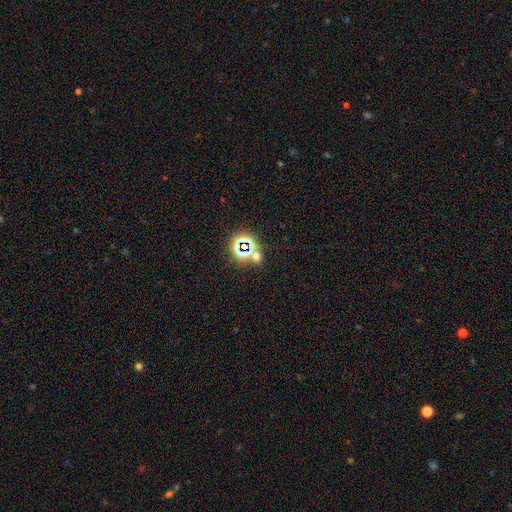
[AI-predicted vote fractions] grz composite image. It shows a star or artifact, not a galaxy (56%).